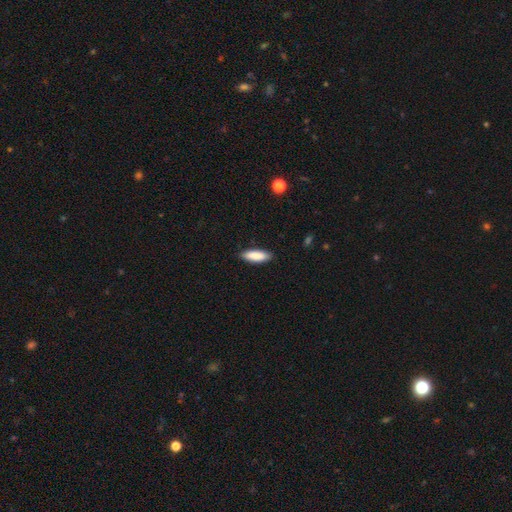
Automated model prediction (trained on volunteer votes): Smooth or featured? smooth (88%)
How rounded? in between (54%)
Merging? none (88%)